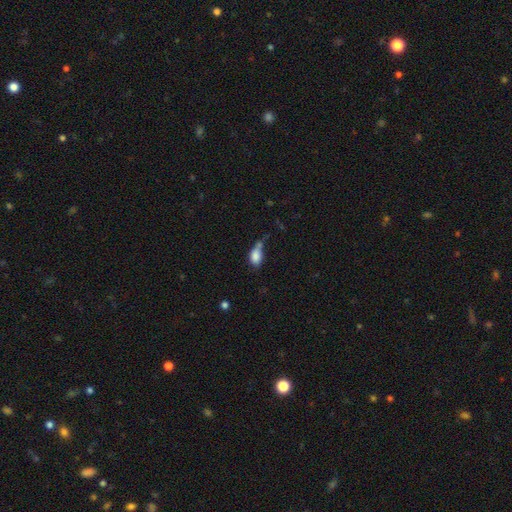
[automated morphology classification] The model was most divided on "merging": none: 33%, minor disturbance: 28%, merger: 22%, major disturbance: 17%. More confident: how rounded — in between (85%); smooth or featured — smooth (82%).